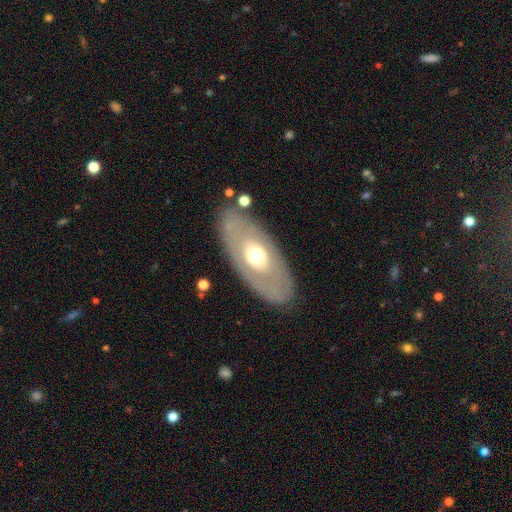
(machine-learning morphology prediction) The model was most divided on "smooth or featured": featured or disk: 54%, smooth: 41%, star or artifact: 6%. More confident: merging — none (83%); edge-on disk — no (82%).